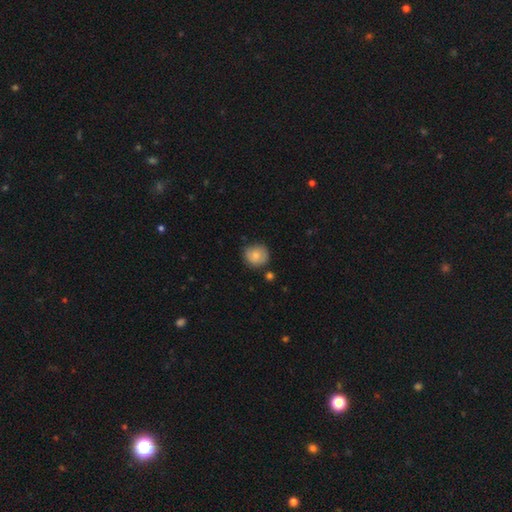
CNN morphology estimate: Overall: smooth (81%). How rounded: round (87%). Merging: none (74%).